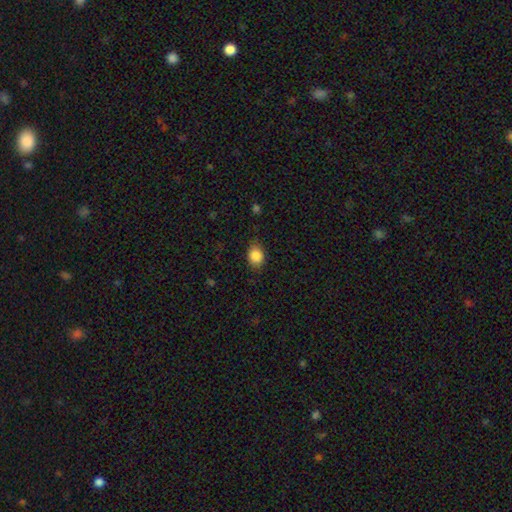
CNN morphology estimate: Smooth or featured? Predicted: smooth (p=0.87). How rounded? Predicted: in between (p=0.60). Merging? Predicted: none (p=0.76).